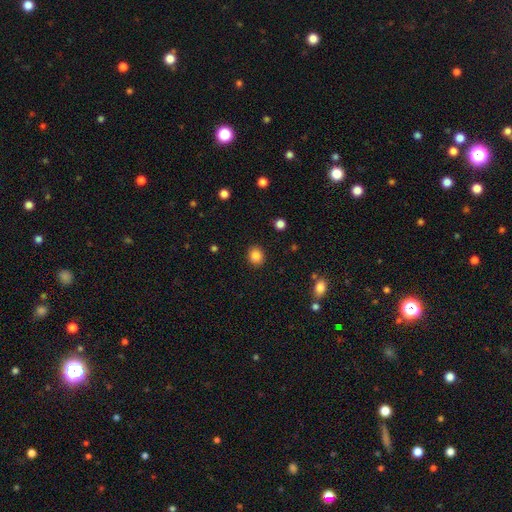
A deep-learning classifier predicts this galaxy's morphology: A smooth galaxy with no disk features (86%) that is round (68%).

Vote fractions:
- Smooth or featured? smooth: 86% / star or artifact: 10% / featured or disk: 4%
- How rounded? round: 68% / in between: 31% / cigar-shaped: 1%
- Merging? none: 88% / minor disturbance: 8% / major disturbance: 2% / merger: 1%